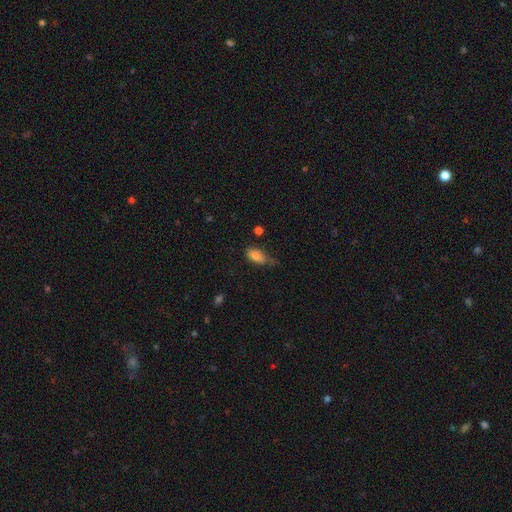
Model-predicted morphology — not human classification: This appears to be a smooth galaxy with no disk features (83%) that is in between round and cigar-shaped (89%). Merging: none (46%).